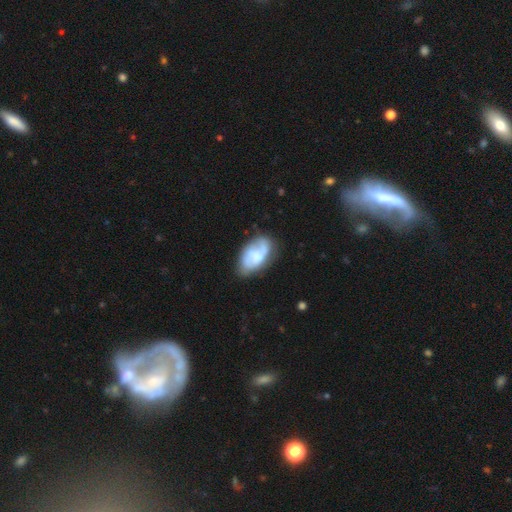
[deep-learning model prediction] Smooth or featured? Predicted: featured or disk (p=0.52). Edge-on disk? Predicted: no (p=0.96). Bar? Predicted: no (p=0.62). Spiral arms? Predicted: yes (p=0.69). Bulge size? Predicted: none (p=0.44). Merging? Predicted: none (p=0.57).